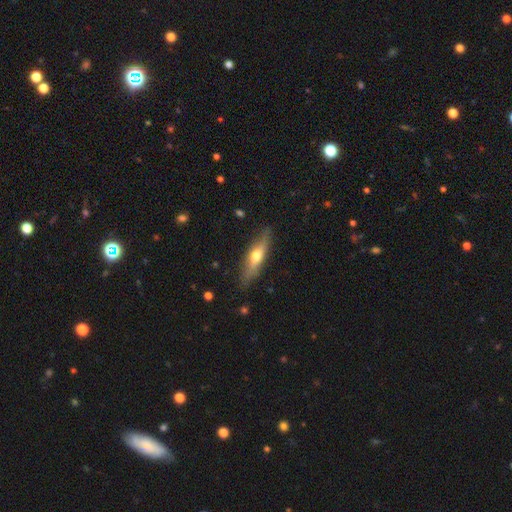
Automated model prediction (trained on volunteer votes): Morphology: type=featured or disk (52%); edge-on=yes (87%); merging=none (82%).